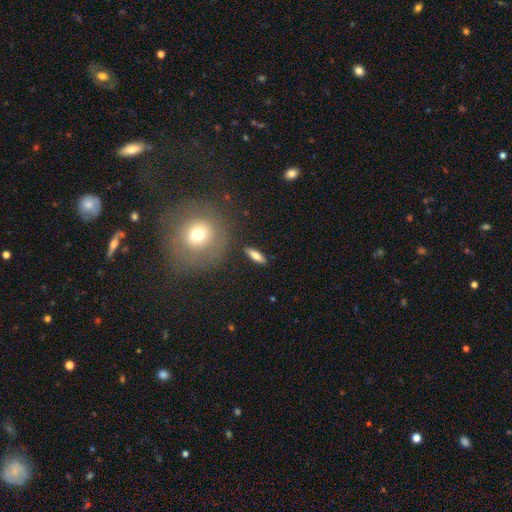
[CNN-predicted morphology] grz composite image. It shows a smooth galaxy with no disk features (75%) that is cigar-shaped (49%). Merging: none (86%).